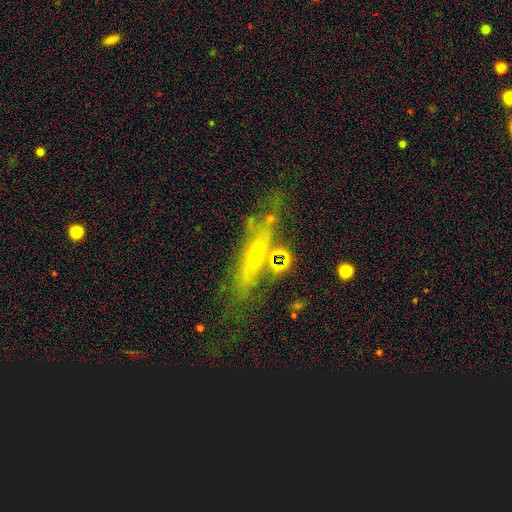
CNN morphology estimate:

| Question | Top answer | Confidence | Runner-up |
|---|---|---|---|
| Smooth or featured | featured or disk | 56% | smooth (30%) |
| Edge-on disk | yes | 59% | no (41%) |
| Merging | none | 54% | minor disturbance (21%) |